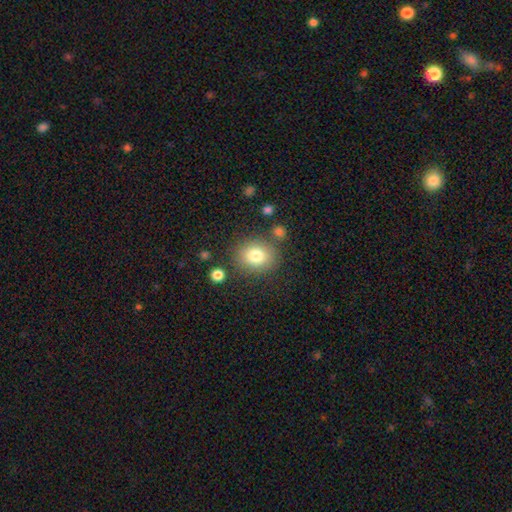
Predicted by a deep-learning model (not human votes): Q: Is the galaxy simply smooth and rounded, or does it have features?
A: smooth — 79%.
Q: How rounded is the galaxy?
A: round — 71%.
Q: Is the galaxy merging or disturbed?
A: none — 79%.